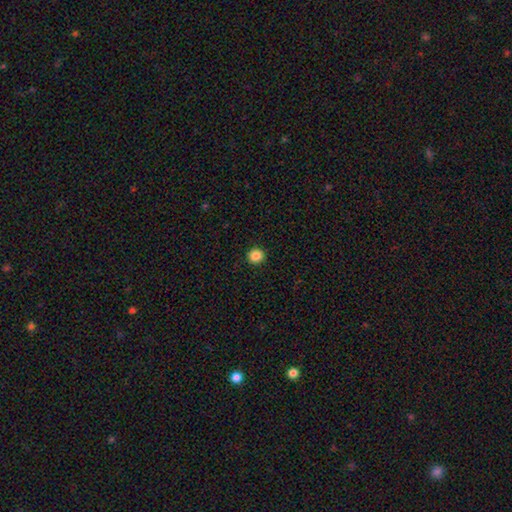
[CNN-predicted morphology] Overall: smooth (86%). How rounded: round (91%). Merging: none (93%).